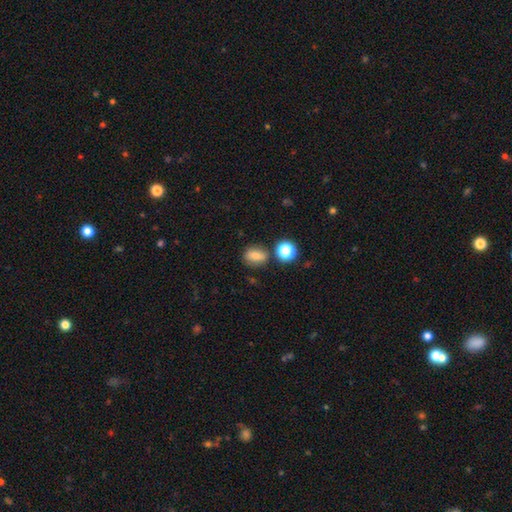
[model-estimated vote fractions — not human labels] smooth 75%, star or artifact 13%, featured or disk 12%. Down the decision tree: how rounded — in between (54%); merging — none (75%).